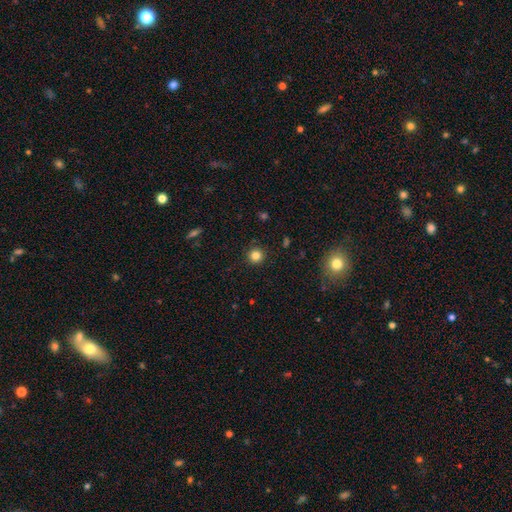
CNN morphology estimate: smooth_or_featured: smooth (p=0.83) [alt: star or artifact p=0.12]
how_rounded: round (p=0.94) [alt: in between p=0.05]
merging: none (p=0.91) [alt: minor disturbance p=0.06]